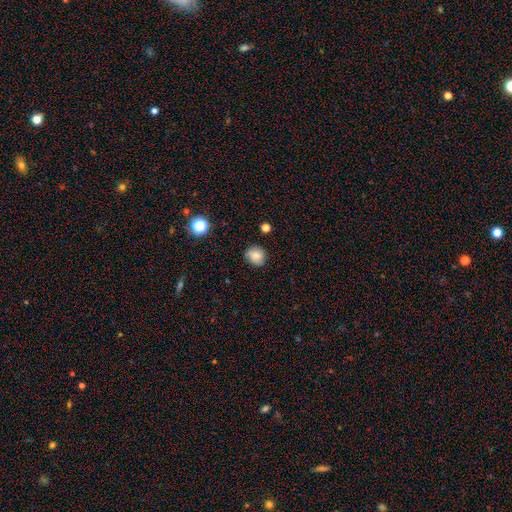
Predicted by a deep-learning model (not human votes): A smooth galaxy with no disk features (81%) that is round (81%). Merging: none (80%).